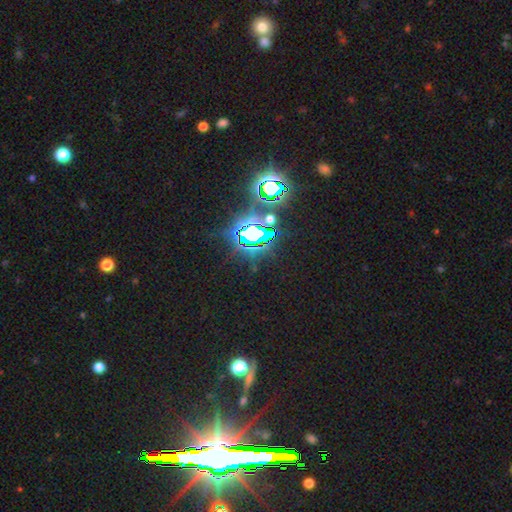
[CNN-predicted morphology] Smooth or featured? star or artifact (84%)